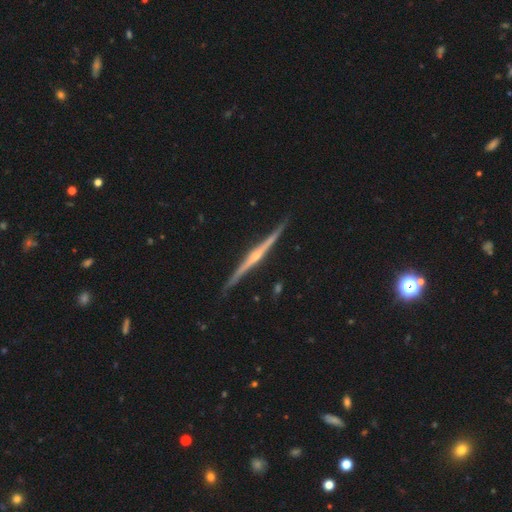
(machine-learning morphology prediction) smooth_or_featured: featured or disk (p=0.87) [alt: smooth p=0.09]
disk_edge_on: yes (p=0.98) [alt: no p=0.02]
edge_on_bulge: rounded (p=0.77) [alt: none p=0.16]
merging: none (p=0.89) [alt: minor disturbance p=0.08]